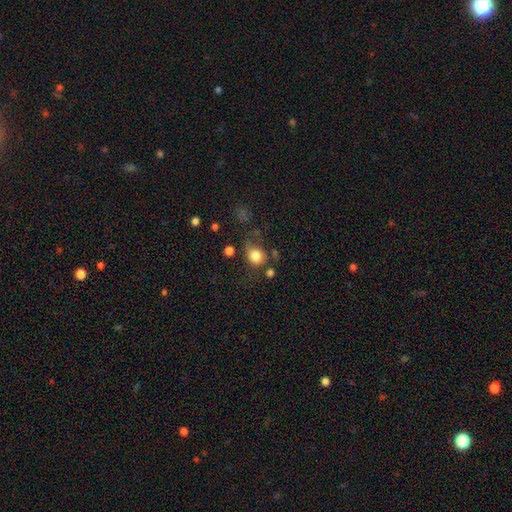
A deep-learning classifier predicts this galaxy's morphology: Smooth or featured? smooth (80%)
How rounded? round (70%)
Merging? none (53%)